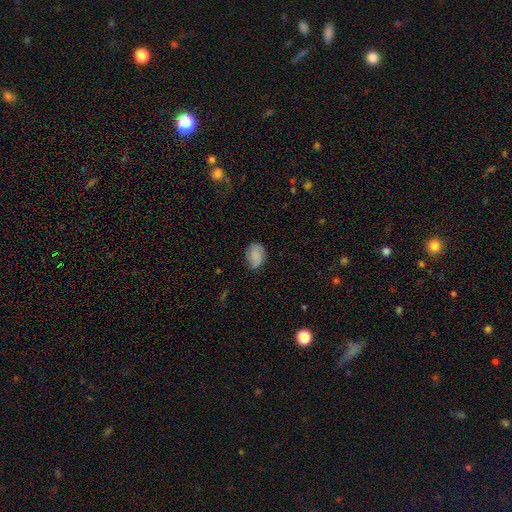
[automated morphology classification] type=smooth (75%); roundness=in between (72%); merging=none (67%).